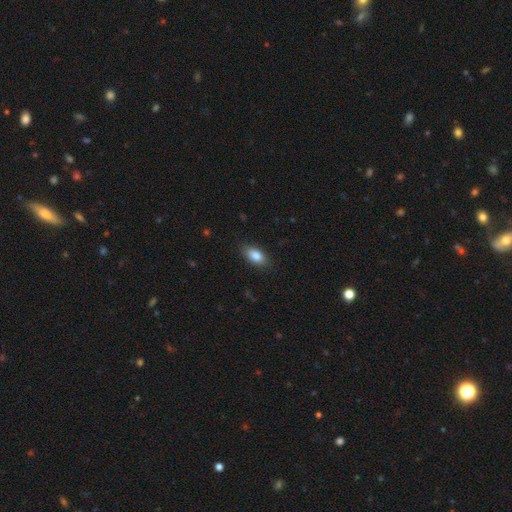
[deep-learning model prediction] The model was most divided on "smooth or featured": smooth: 84%, featured or disk: 9%, star or artifact: 7%. More confident: how rounded — in between (89%); merging — none (86%).